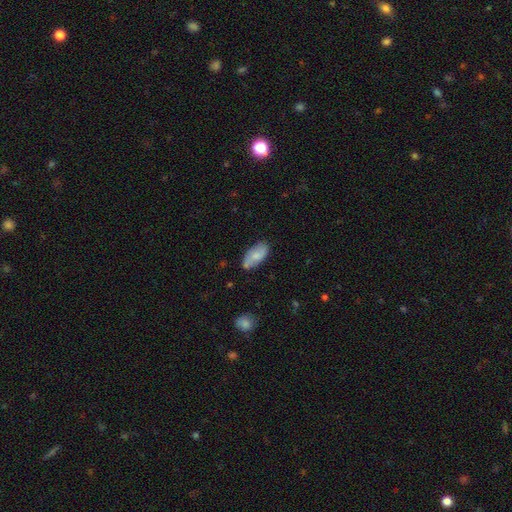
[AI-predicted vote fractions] Morphology: type=smooth (69%); roundness=in between (91%); merging=none (69%).